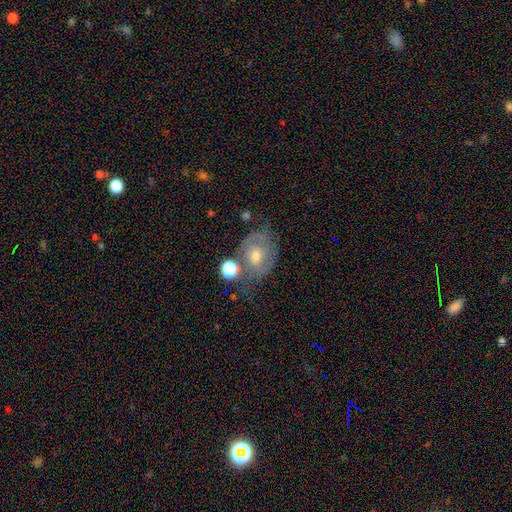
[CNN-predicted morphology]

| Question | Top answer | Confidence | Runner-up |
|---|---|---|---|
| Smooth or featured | featured or disk | 64% | smooth (26%) |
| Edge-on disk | no | 96% | yes (4%) |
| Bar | no | 63% | weak (31%) |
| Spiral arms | yes | 78% | no (22%) |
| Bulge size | moderate | 62% | small (31%) |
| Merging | none | 51% | minor disturbance (23%) |